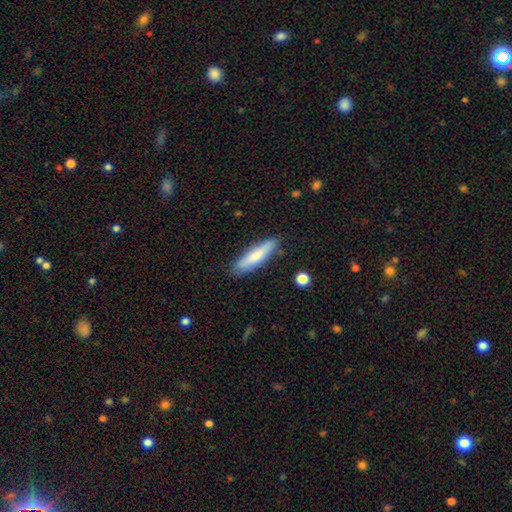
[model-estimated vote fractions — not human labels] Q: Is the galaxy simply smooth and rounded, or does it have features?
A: smooth — 72%.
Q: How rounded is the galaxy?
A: cigar-shaped — 77%.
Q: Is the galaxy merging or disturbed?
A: none — 85%.